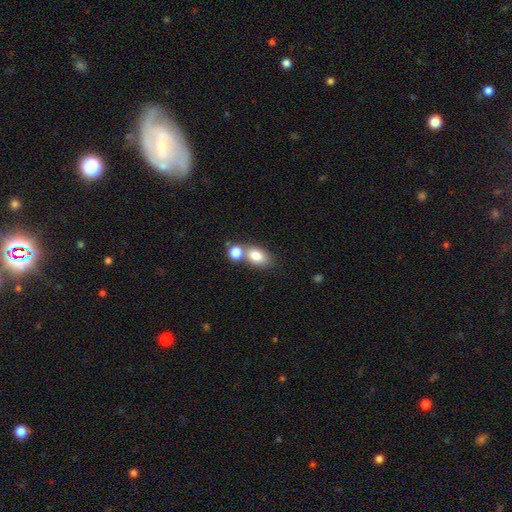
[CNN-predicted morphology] Smooth or featured? Predicted: smooth (p=0.82). How rounded? Predicted: in between (p=0.79). Merging? Predicted: none (p=0.44).